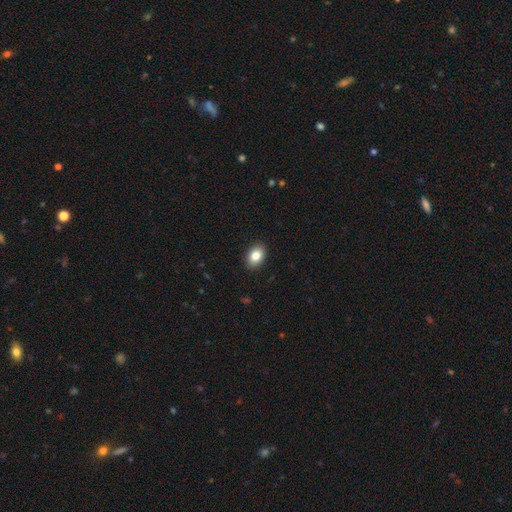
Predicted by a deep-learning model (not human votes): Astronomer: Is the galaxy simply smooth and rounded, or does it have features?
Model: smooth — 85%.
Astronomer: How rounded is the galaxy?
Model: in between — 83%.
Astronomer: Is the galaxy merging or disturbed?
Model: none — 90%.